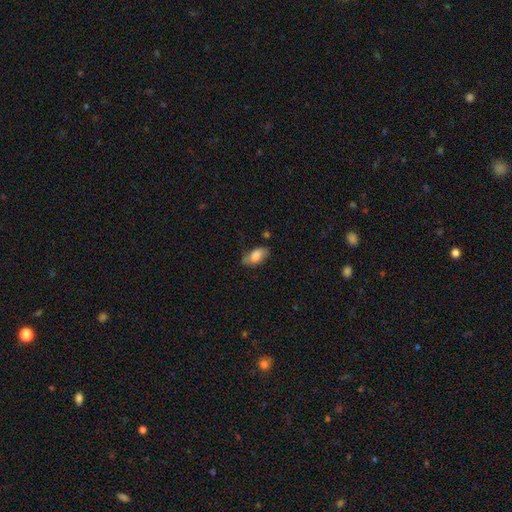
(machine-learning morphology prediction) smooth 70%, featured or disk 22%, star or artifact 8%. Down the decision tree: how rounded — in between (91%); merging — none (61%).